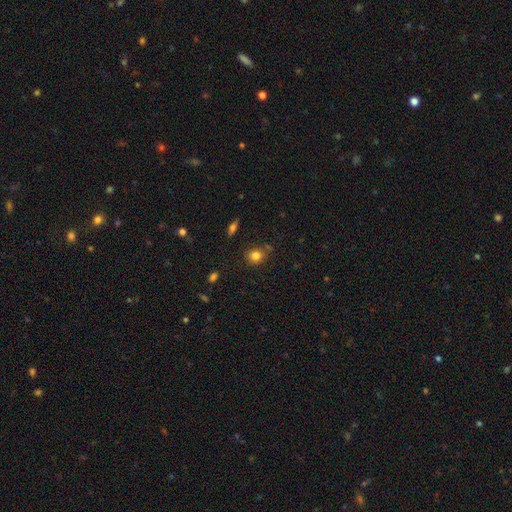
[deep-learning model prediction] Smooth or featured? smooth (81%)
How rounded? round (67%)
Merging? none (74%)